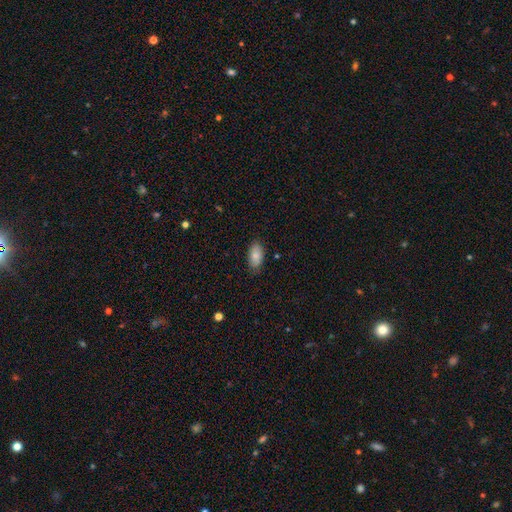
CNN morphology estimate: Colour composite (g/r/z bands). It shows a smooth galaxy with no disk features (82%) that is in between round and cigar-shaped (93%). Merging: none (83%).